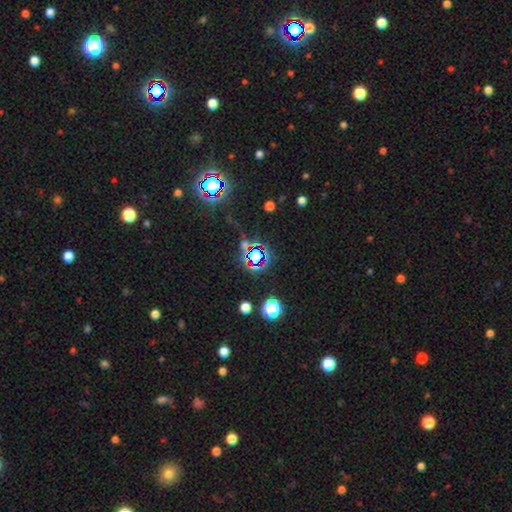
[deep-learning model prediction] This is likely a star or artifact rather than a galaxy (69%).